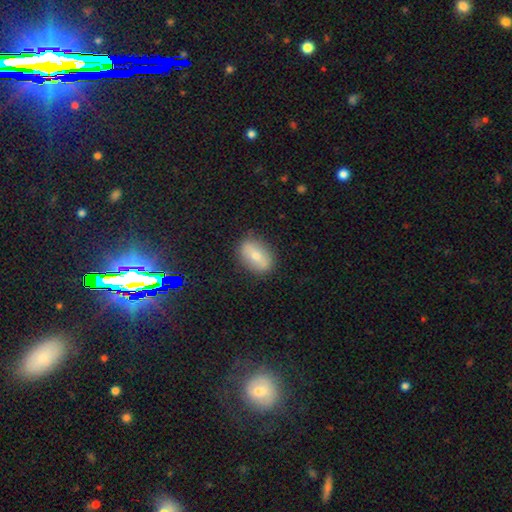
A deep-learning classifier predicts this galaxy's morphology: Q: Smooth or featured?
A: smooth (63%); runner-up: featured or disk (28%)
Q: How rounded?
A: in between (81%); runner-up: round (15%)
Q: Merging?
A: none (83%); runner-up: minor disturbance (12%)